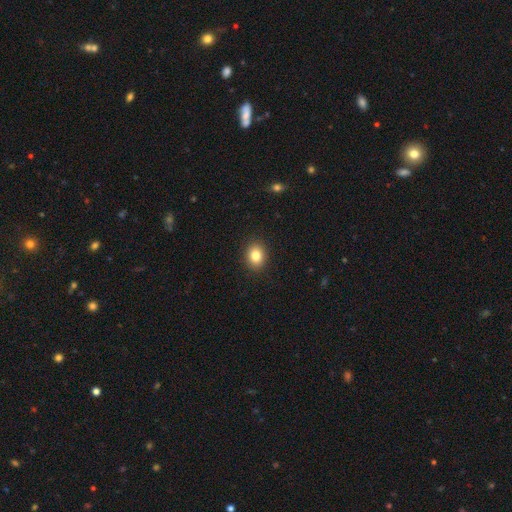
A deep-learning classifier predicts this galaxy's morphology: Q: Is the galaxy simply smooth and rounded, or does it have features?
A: smooth — 84%.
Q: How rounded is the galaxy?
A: in between — 50%.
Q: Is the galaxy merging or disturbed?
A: none — 90%.